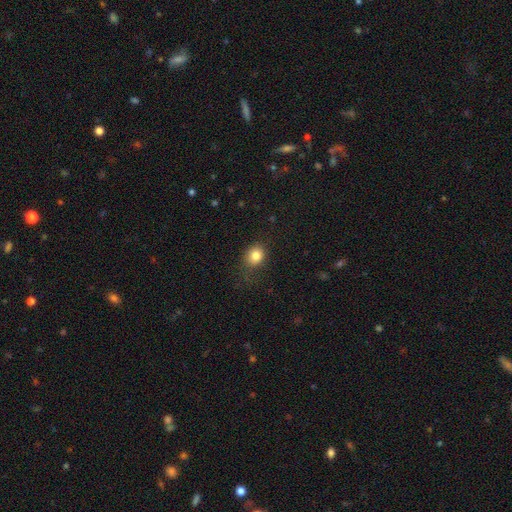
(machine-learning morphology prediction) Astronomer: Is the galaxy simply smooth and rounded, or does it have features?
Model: smooth — 83%.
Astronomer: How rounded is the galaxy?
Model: round — 70%.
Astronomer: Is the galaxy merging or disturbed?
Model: none — 74%.